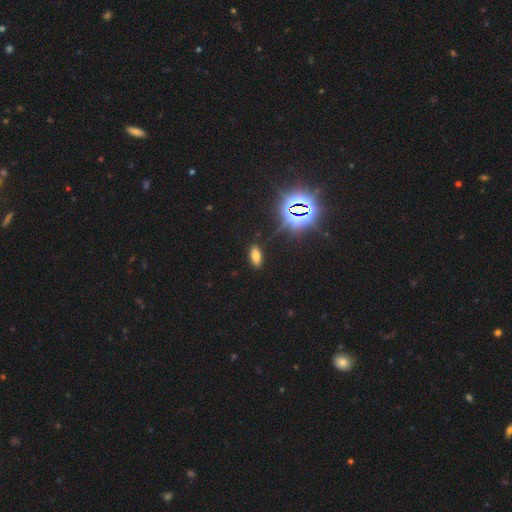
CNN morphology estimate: A smooth galaxy with no disk features (62%) that is in between round and cigar-shaped (86%). Merging: none (87%).